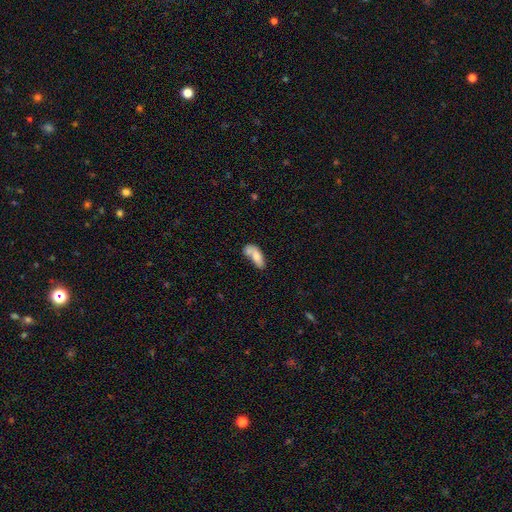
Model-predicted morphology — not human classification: A smooth galaxy with no disk features (71%) that is in between round and cigar-shaped (82%).

Vote fractions:
- Smooth or featured? smooth: 71% / featured or disk: 22% / star or artifact: 7%
- How rounded? in between: 82% / cigar-shaped: 14% / round: 4%
- Merging? merger: 47% / none: 27% / minor disturbance: 16% / major disturbance: 10%